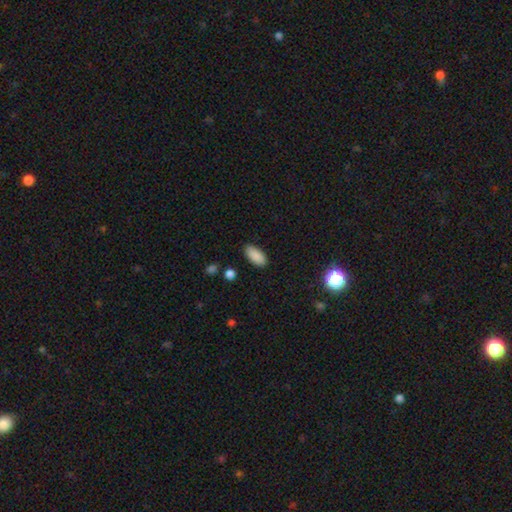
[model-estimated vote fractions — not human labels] Smooth or featured? Predicted: smooth (p=0.89). How rounded? Predicted: in between (p=0.90). Merging? Predicted: none (p=0.86).